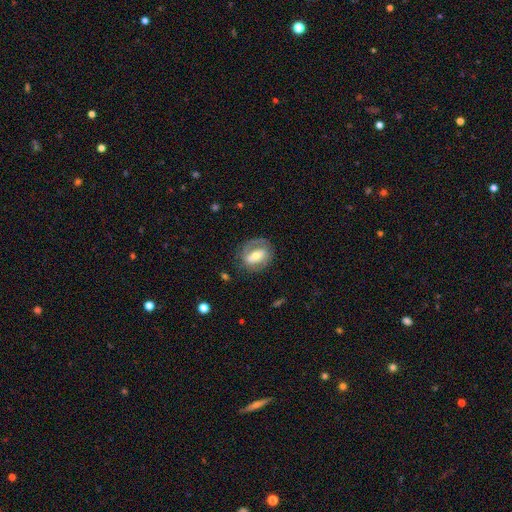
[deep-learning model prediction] Q: Smooth or featured?
A: featured or disk (64%); runner-up: smooth (30%)
Q: Edge-on disk?
A: no (94%); runner-up: yes (6%)
Q: Bar?
A: strong (39%); runner-up: weak (34%)
Q: Spiral arms?
A: yes (64%); runner-up: no (36%)
Q: Bulge size?
A: moderate (62%); runner-up: small (27%)
Q: Merging?
A: none (70%); runner-up: minor disturbance (18%)